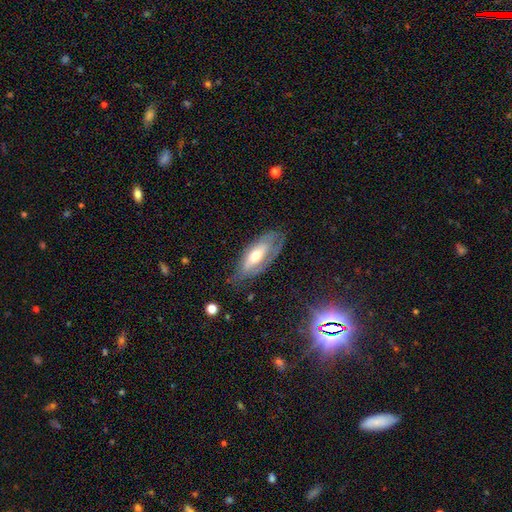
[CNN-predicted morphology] The model was most divided on "smooth or featured": featured or disk: 54%, smooth: 39%, star or artifact: 7%. More confident: edge-on disk — no (76%); merging — none (61%).